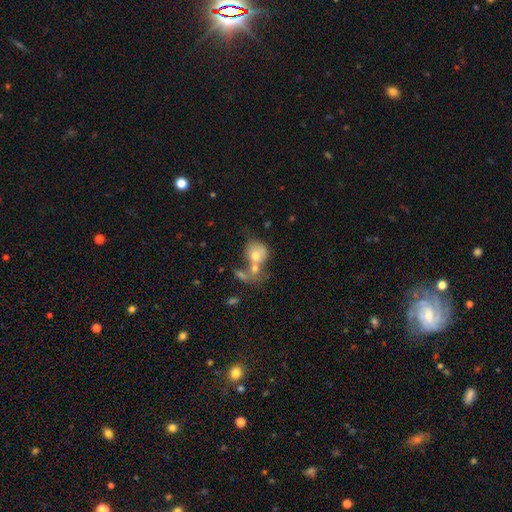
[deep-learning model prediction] Smooth or featured?
  - smooth: 63% *
  - featured or disk: 28%
  - star or artifact: 9%
How rounded?
  - round: 55% *
  - in between: 44%
  - cigar-shaped: 1%
Merging?
  - merger: 64% *
  - none: 16%
  - major disturbance: 12%
  - minor disturbance: 8%